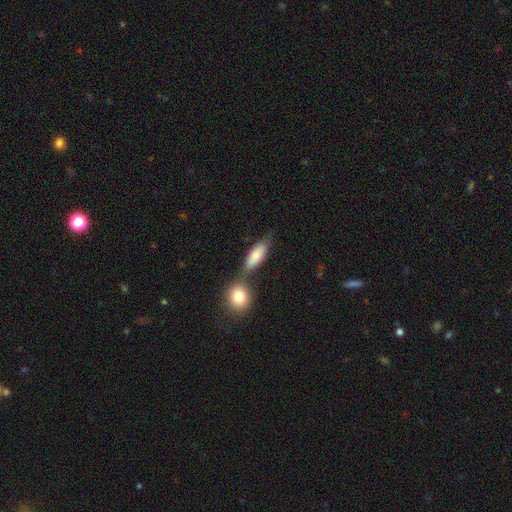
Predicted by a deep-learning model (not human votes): Overall: smooth (79%). How rounded: in between (74%). Merging: none (43%; merger 37%).